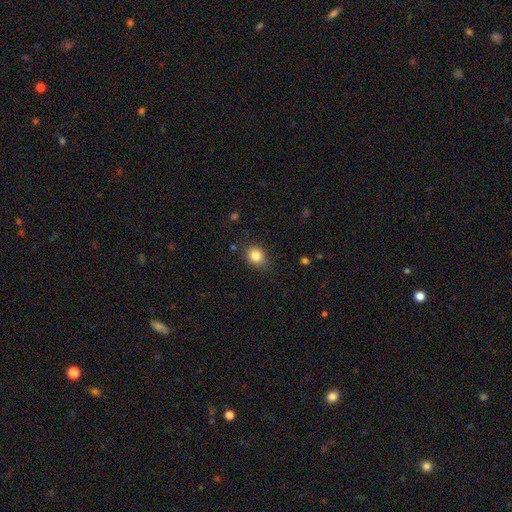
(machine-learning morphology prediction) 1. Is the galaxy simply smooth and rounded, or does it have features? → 84% smooth, 10% star or artifact, 6% featured or disk.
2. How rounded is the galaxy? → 68% round, 31% in between, 1% cigar-shaped.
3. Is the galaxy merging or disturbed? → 84% none, 12% minor disturbance, 3% major disturbance, 1% merger.